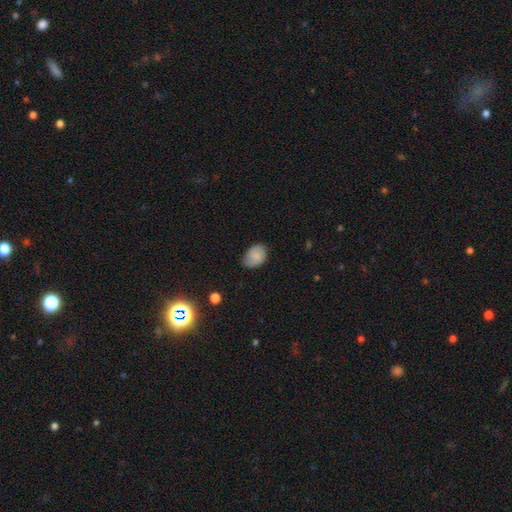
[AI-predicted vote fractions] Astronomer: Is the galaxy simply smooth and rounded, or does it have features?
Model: smooth — 82%.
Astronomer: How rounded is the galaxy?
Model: in between — 77%.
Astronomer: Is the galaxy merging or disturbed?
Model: none — 69%.